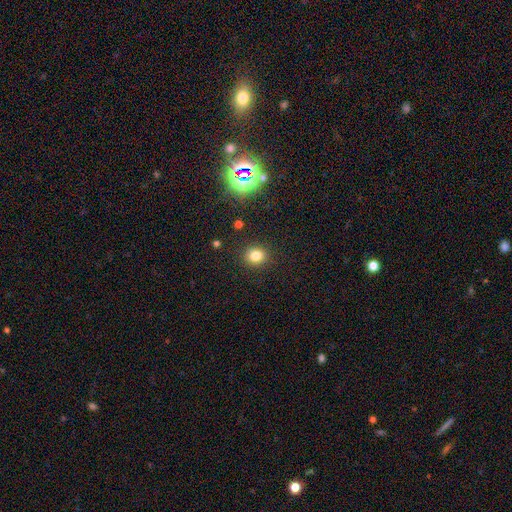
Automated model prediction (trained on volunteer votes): Overall: smooth (79%). How rounded: round (79%). Merging: none (90%).